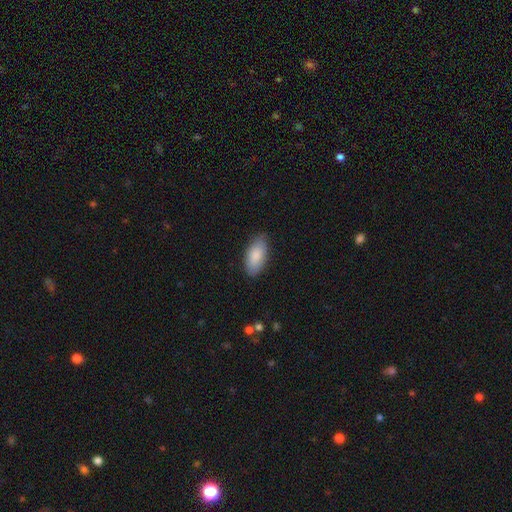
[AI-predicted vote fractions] This appears to be a smooth galaxy with no disk features (86%) that is in between round and cigar-shaped (92%). Merging: none (82%).